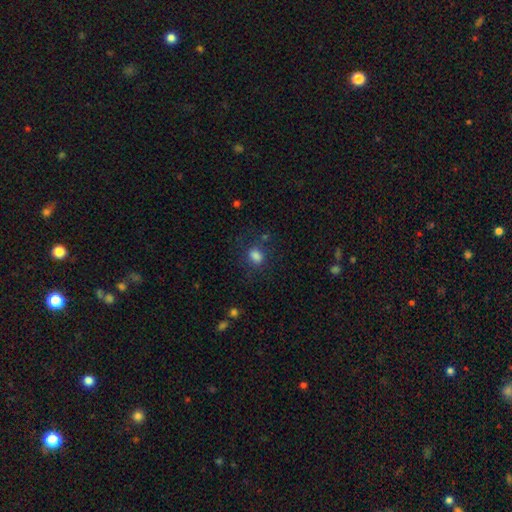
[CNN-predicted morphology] The model was most divided on "how rounded": in between: 57%, round: 41%, cigar-shaped: 2%. More confident: smooth or featured — smooth (81%); merging — none (68%).